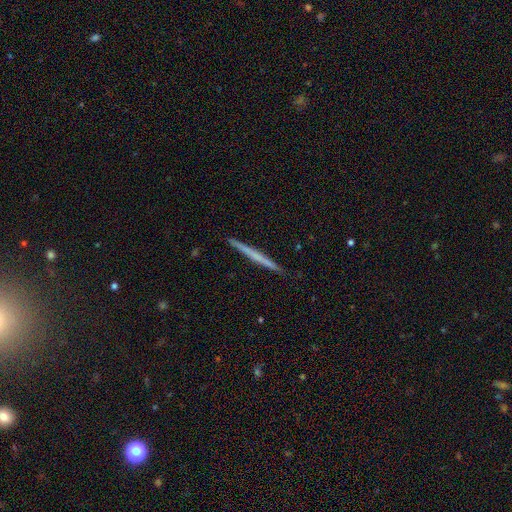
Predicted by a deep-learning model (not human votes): Smooth or featured? Predicted: featured or disk (p=0.51). Edge-on disk? Predicted: yes (p=0.98). Merging? Predicted: none (p=0.92).